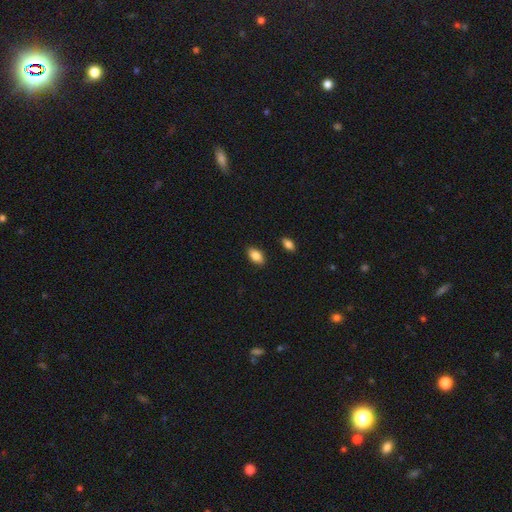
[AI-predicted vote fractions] Smooth or featured? Predicted: smooth (p=0.83). How rounded? Predicted: in between (p=0.91). Merging? Predicted: none (p=0.87).